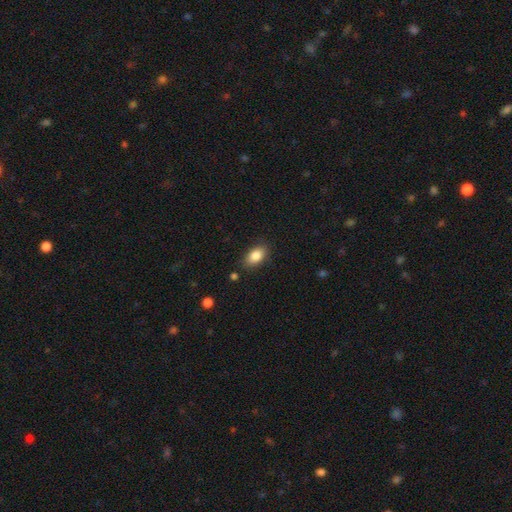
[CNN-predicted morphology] type=smooth (85%); roundness=in between (89%); merging=none (84%).